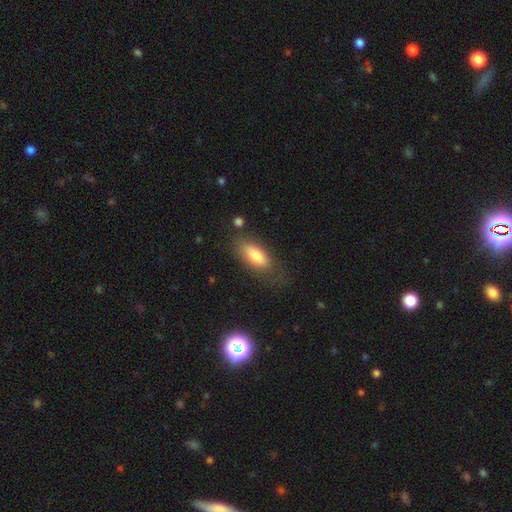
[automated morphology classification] smooth_or_featured: smooth (p=0.75) [alt: featured or disk p=0.19]
how_rounded: in between (p=0.78) [alt: cigar-shaped p=0.19]
merging: none (p=0.67) [alt: minor disturbance p=0.20]